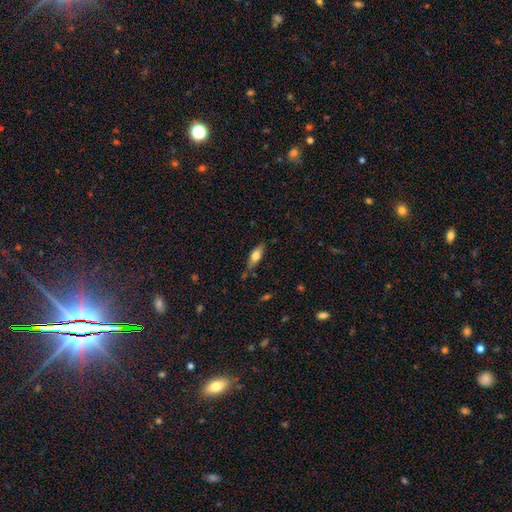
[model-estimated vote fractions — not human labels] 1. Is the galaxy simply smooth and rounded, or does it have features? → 60% smooth, 33% featured or disk, 7% star or artifact.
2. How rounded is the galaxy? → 61% in between, 36% cigar-shaped, 3% round.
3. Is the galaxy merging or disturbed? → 68% none, 22% minor disturbance, 5% major disturbance, 4% merger.